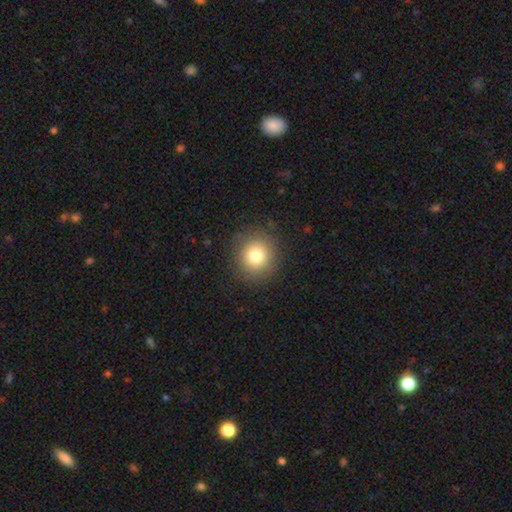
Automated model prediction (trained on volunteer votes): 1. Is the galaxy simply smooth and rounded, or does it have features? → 79% smooth, 11% star or artifact, 10% featured or disk.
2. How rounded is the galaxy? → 91% round, 8% in between, 1% cigar-shaped.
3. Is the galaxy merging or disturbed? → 88% none, 8% minor disturbance, 3% major disturbance, 1% merger.